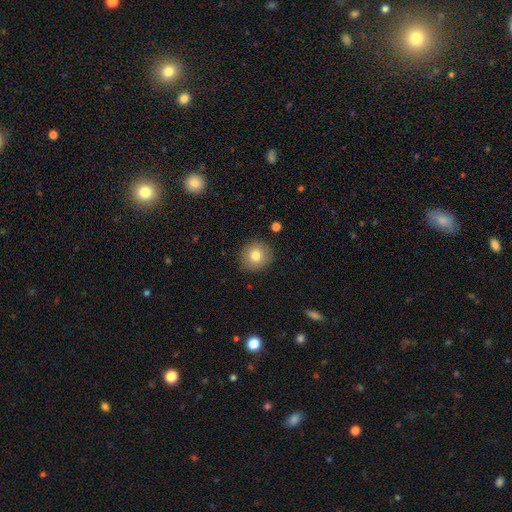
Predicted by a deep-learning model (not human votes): Morphology: type=smooth (80%); roundness=round (90%); merging=none (88%).